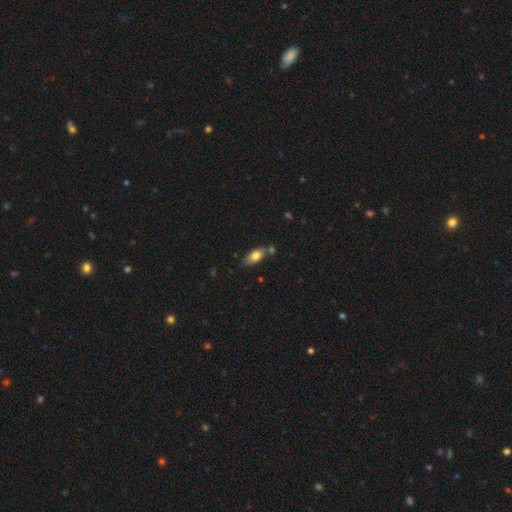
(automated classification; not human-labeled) Smooth or featured? Predicted: smooth (p=0.76). How rounded? Predicted: in between (p=0.84). Merging? Predicted: none (p=0.65).